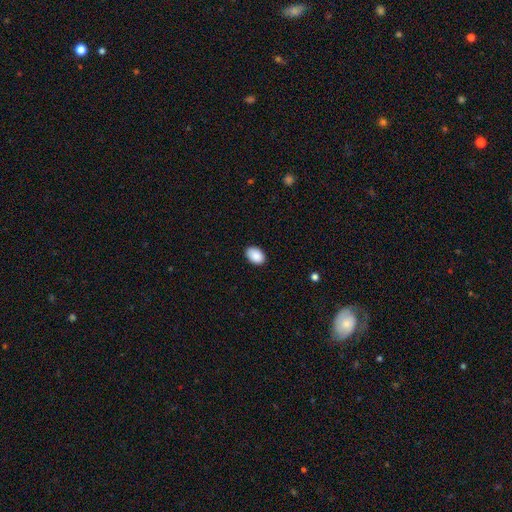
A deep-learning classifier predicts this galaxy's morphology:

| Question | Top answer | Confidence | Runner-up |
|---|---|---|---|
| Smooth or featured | smooth | 90% | star or artifact (7%) |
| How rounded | in between | 88% | round (11%) |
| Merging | none | 88% | minor disturbance (9%) |